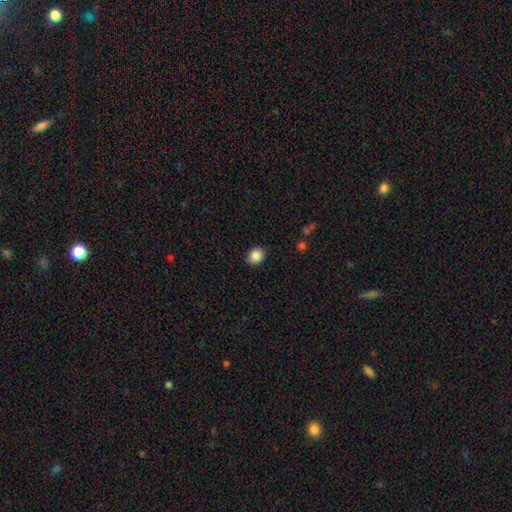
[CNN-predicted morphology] smooth 88%, star or artifact 9%, featured or disk 4%. Down the decision tree: how rounded — in between (51%); merging — none (89%).